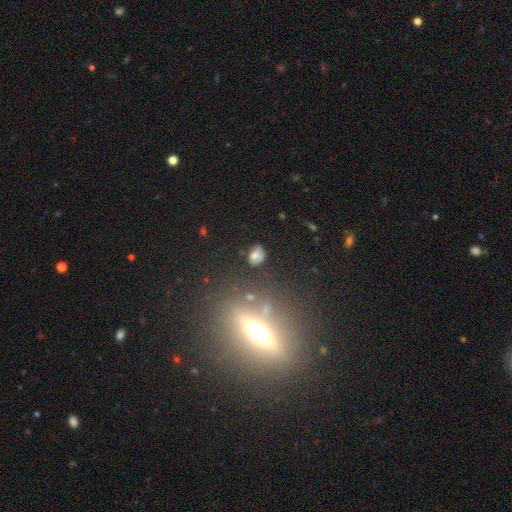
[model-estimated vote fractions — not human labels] Smooth or featured? smooth (63%)
How rounded? round (53%)
Merging? none (61%)